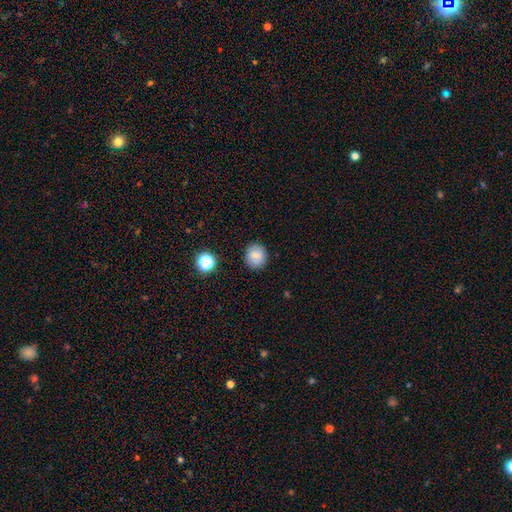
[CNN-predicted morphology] Smooth or featured?
  - smooth: 83% *
  - star or artifact: 10%
  - featured or disk: 7%
How rounded?
  - round: 86% *
  - in between: 13%
  - cigar-shaped: 1%
Merging?
  - none: 88% *
  - minor disturbance: 8%
  - major disturbance: 2%
  - merger: 2%